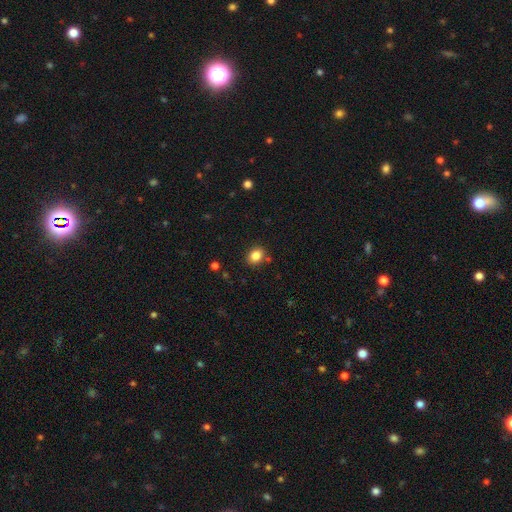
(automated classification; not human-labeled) smooth 85%, star or artifact 10%, featured or disk 5%. Down the decision tree: how rounded — in between (52%); merging — none (83%).